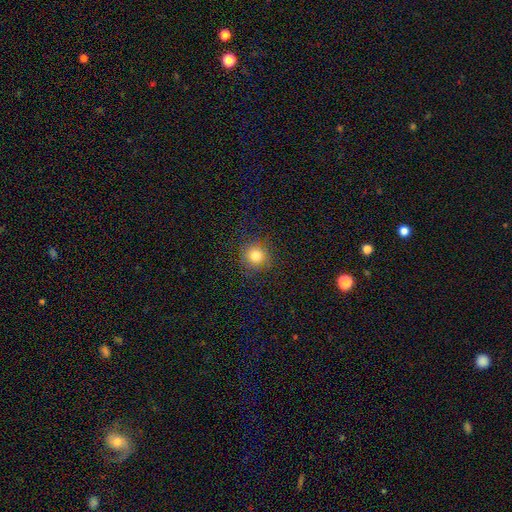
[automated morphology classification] smooth_or_featured: smooth (p=0.79) [alt: star or artifact p=0.14]
how_rounded: round (p=0.93) [alt: in between p=0.06]
merging: none (p=0.86) [alt: minor disturbance p=0.09]